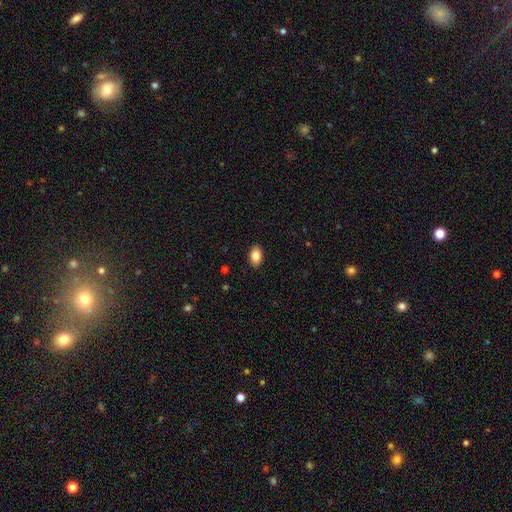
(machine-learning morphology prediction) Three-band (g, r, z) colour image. It shows a smooth galaxy with no disk features (84%) that is in between round and cigar-shaped (90%). Merging: none (89%).